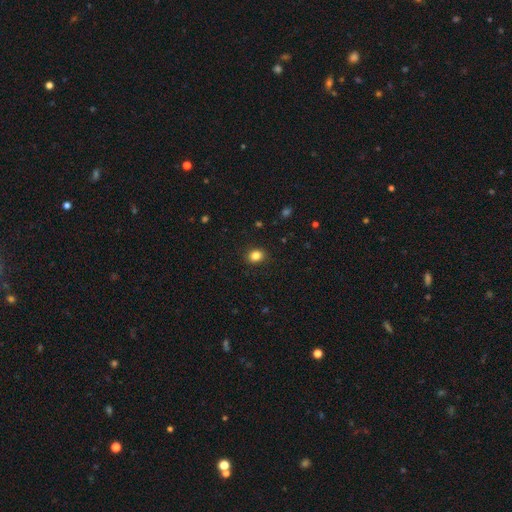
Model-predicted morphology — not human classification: A smooth galaxy with no disk features (84%) that is round (50%, tied with in between).

Vote fractions:
- Smooth or featured? smooth: 84% / star or artifact: 11% / featured or disk: 5%
- How rounded? round: 50% (tied) / in between: 50% (tied) / cigar-shaped: 1%
- Merging? none: 89% / minor disturbance: 8% / major disturbance: 2% / merger: 1%